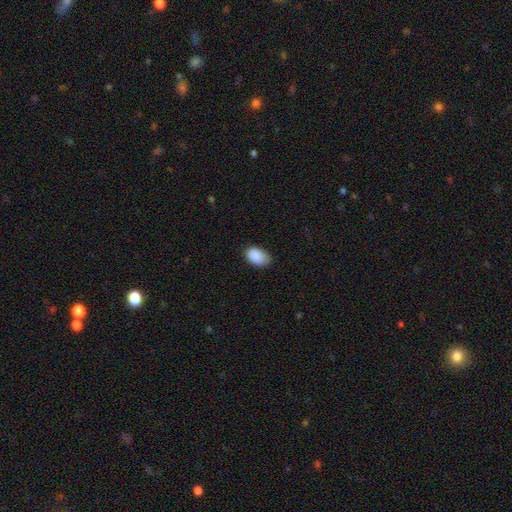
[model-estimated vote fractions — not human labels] This is clearly a smooth galaxy (89%). How rounded: clearly in between (90%). Merging: likely none (72%).